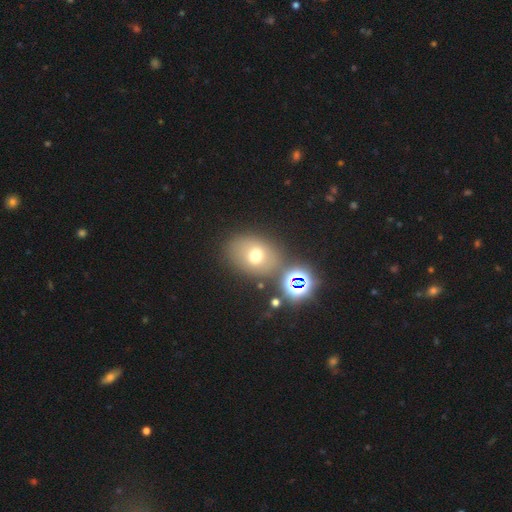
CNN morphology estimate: smooth 65%, star or artifact 18%, featured or disk 17%. Down the decision tree: how rounded — in between (58%); merging — none (70%).